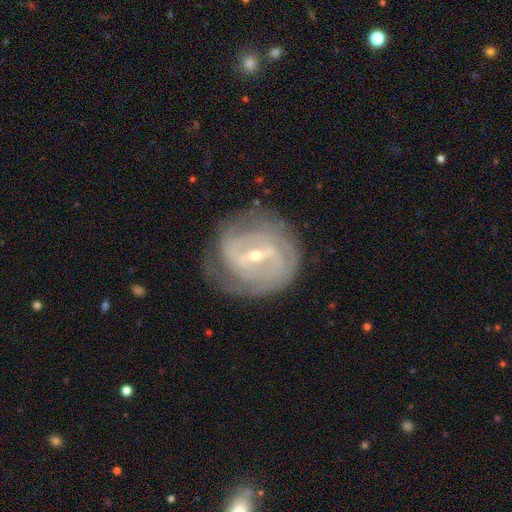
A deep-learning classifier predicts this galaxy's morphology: The model was most divided on "spiral arm count": 2: 39%, can't tell: 31%, 3: 15%, 4: 7%, 1: 5%, more than 4: 4%. More confident: edge-on disk — no (96%); spiral arms — yes (93%); smooth or featured — featured or disk (88%); merging — none (73%); spiral winding — tight (64%); bulge size — small (62%); bar — strong (53%).